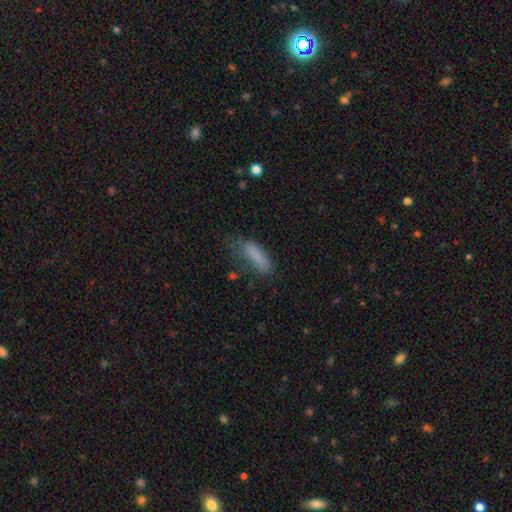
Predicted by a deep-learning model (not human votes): This appears to be a smooth galaxy with no disk features (81%) that is cigar-shaped (52%). Merging: none (48%).